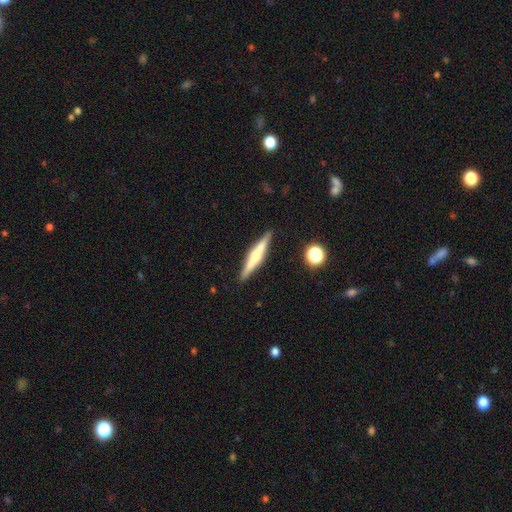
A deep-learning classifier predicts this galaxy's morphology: Smooth or featured? Predicted: featured or disk (p=0.61). Edge-on disk? Predicted: yes (p=0.97). Edge-on bulge? Predicted: rounded (p=0.76). Merging? Predicted: none (p=0.90).